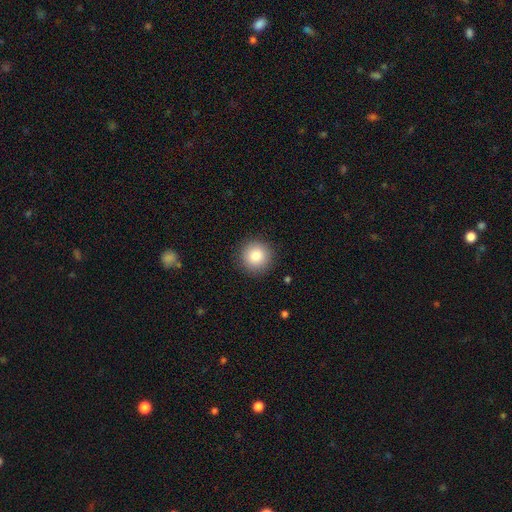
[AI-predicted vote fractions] This is clearly a smooth galaxy (85%). How rounded: clearly round (95%). Merging: clearly none (91%).